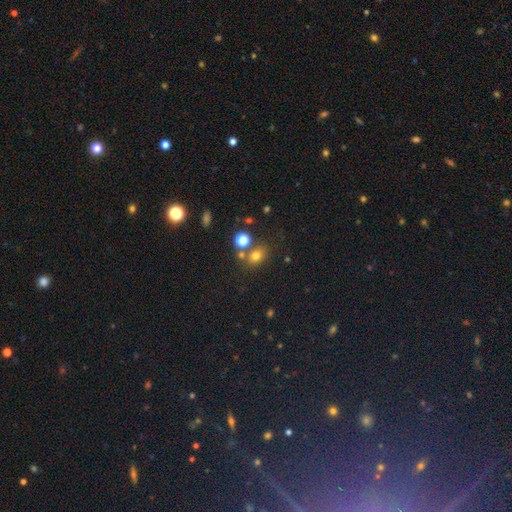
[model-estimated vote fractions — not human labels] This appears to be a smooth galaxy with no disk features (72%) that is in between round and cigar-shaped (50%). Merging: none (66%).